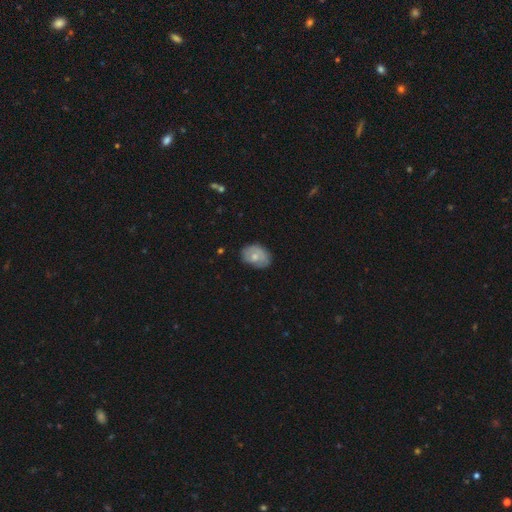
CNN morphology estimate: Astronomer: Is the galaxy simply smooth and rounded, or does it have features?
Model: smooth — 59% (runner-up: featured or disk, 34%).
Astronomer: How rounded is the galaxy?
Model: in between — 73%.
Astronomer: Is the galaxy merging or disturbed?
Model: none — 67%.